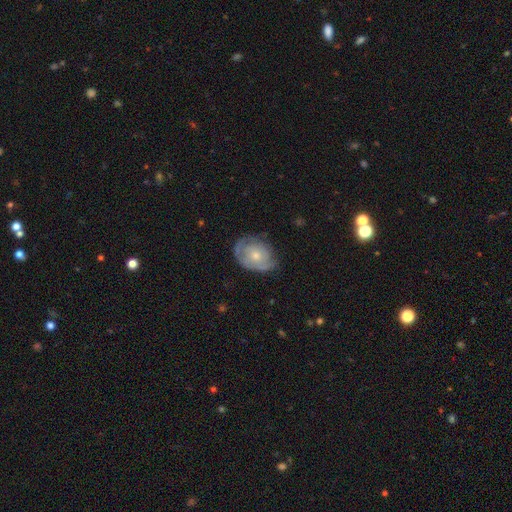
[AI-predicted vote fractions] Morphology: type=featured or disk (57%); edge-on=no (96%); bar=no (86%); spiral arms=yes (65%); bulge=moderate (48%); merging=none (58%).